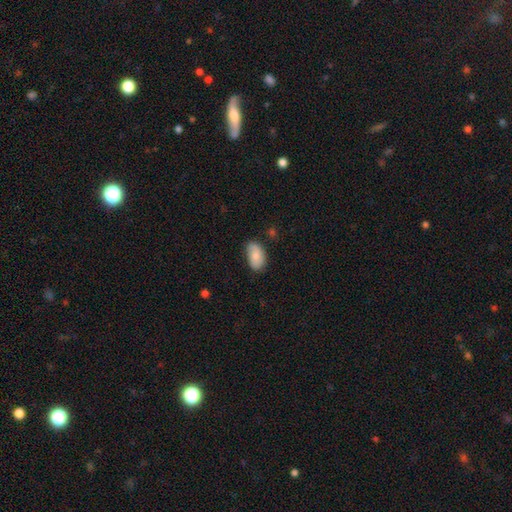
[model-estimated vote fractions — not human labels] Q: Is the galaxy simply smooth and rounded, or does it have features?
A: smooth — 73%.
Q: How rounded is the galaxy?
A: in between — 93%.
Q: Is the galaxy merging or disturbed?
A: none — 70%.